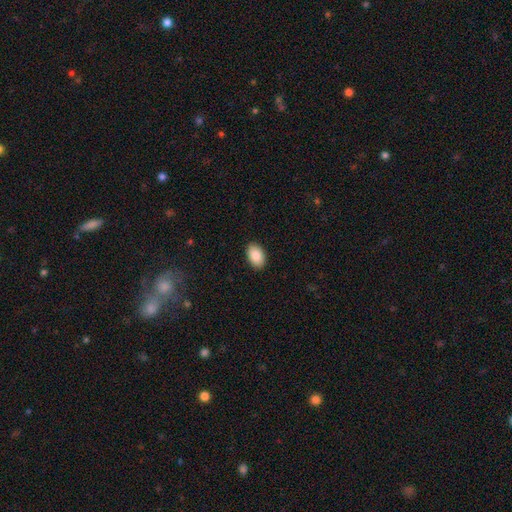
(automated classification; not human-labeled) This is clearly a smooth galaxy (89%). How rounded: clearly in between (91%). Merging: clearly none (89%).